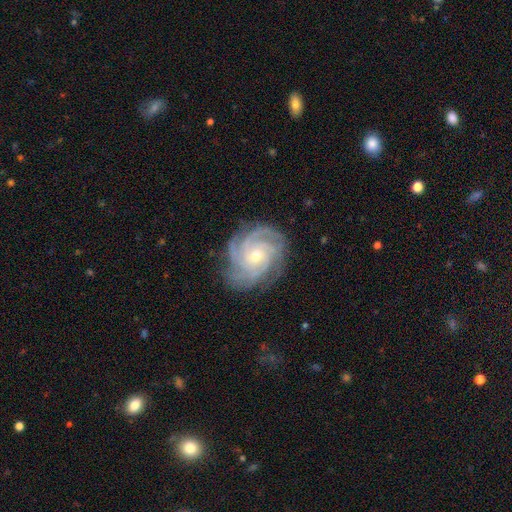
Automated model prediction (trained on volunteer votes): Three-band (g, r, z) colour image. It shows a featured or disk galaxy (89%) with no bar (71%), 4 (37%) tight (73%) spiral arms (98%) and a small central bulge (56%). Merging: none (80%).